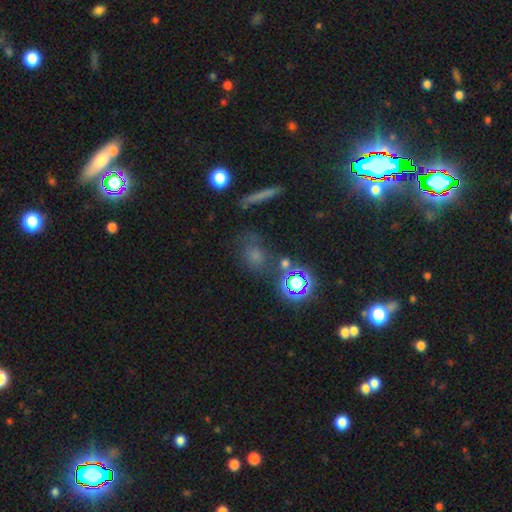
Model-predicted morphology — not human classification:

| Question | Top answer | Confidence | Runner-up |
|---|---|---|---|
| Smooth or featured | star or artifact | 45% | smooth (40%) |